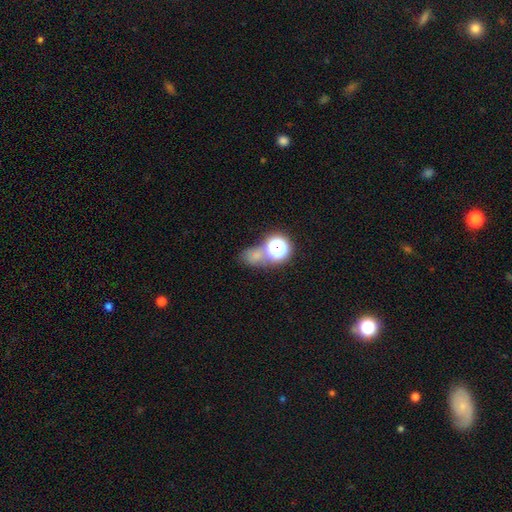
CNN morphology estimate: Smooth or featured?
  - smooth: 55% *
  - star or artifact: 34%
  - featured or disk: 11%
How rounded?
  - round: 61% *
  - in between: 37%
  - cigar-shaped: 2%
Merging?
  - none: 47% *
  - merger: 28%
  - minor disturbance: 14%
  - major disturbance: 11%